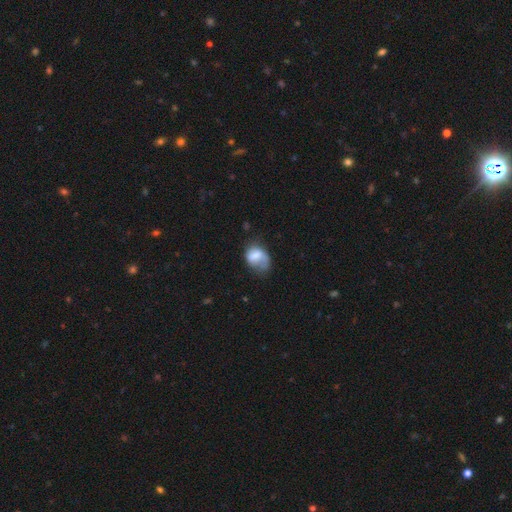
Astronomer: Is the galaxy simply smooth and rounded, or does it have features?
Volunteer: smooth — 62%.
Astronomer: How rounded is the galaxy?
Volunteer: in between — 80%.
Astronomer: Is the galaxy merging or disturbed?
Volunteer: major disturbance — 59%.